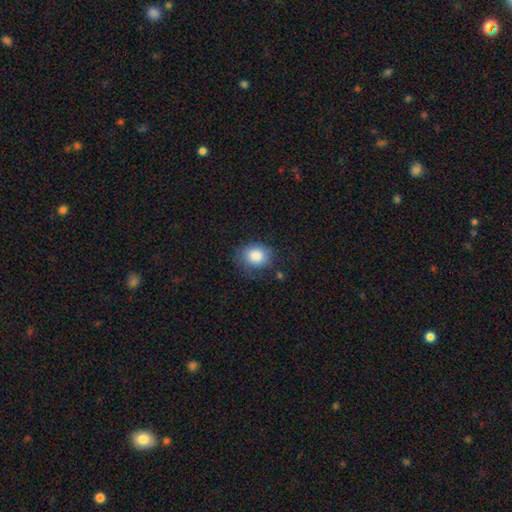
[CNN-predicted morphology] A smooth galaxy with no disk features (85%) that is round (61%).

Vote fractions:
- Smooth or featured? smooth: 85% / star or artifact: 8% / featured or disk: 7%
- How rounded? round: 61% / in between: 38% / cigar-shaped: 1%
- Merging? none: 68% / minor disturbance: 22% / major disturbance: 8% / merger: 2%